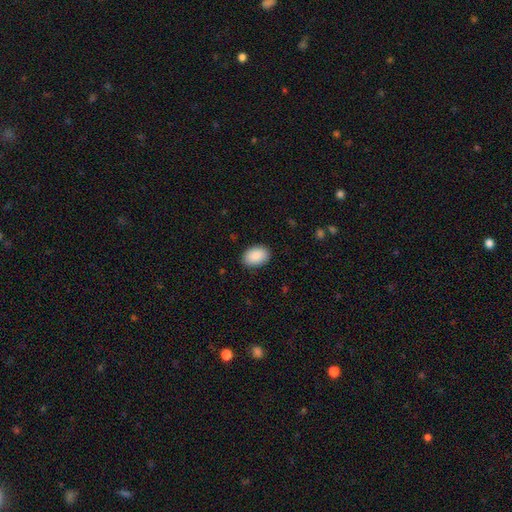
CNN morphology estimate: A smooth galaxy with no disk features (89%) that is in between round and cigar-shaped (86%). Merging: none (88%).